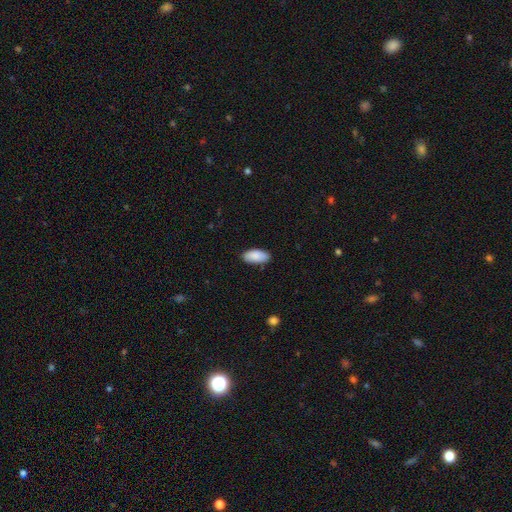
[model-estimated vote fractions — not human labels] Morphology: type=smooth (89%); roundness=in between (92%); merging=none (86%).